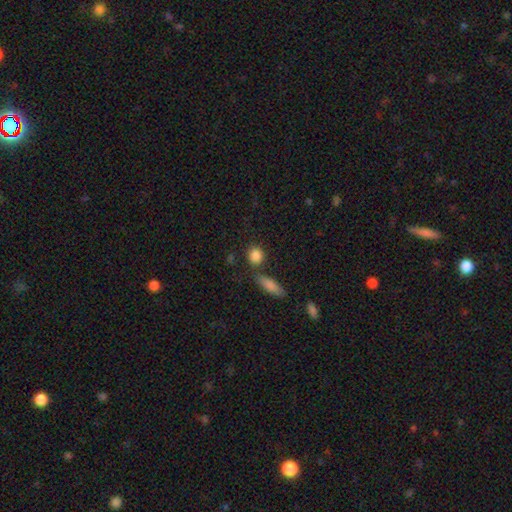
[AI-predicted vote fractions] A smooth galaxy with no disk features (86%) that is round (70%). Merging: none (74%).